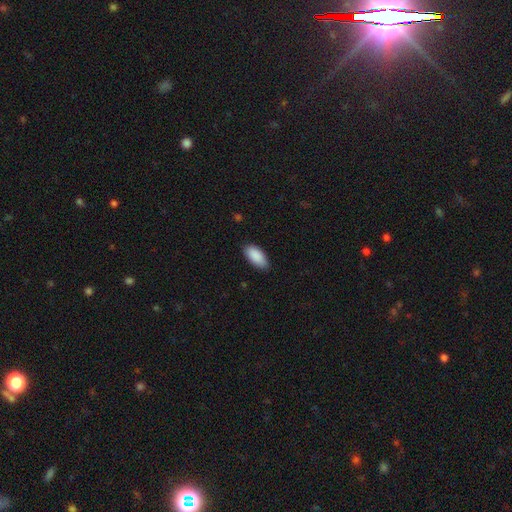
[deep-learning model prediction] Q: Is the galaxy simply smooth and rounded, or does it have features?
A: smooth — 91%.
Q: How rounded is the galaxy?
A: in between — 93%.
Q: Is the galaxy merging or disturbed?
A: none — 85%.